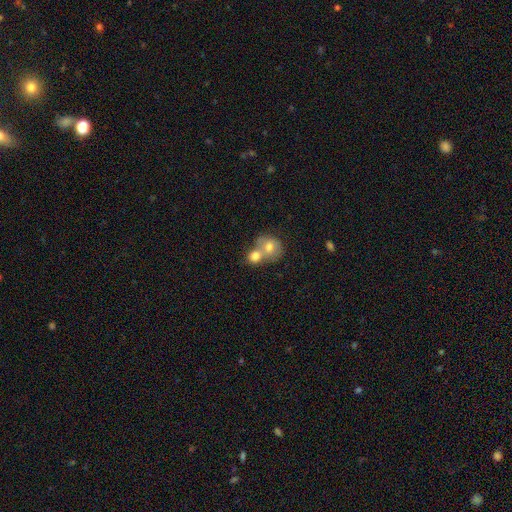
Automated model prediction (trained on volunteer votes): Q: Smooth or featured?
A: smooth (74%); runner-up: featured or disk (18%)
Q: How rounded?
A: round (74%); runner-up: in between (25%)
Q: Merging?
A: merger (66%); runner-up: none (25%)